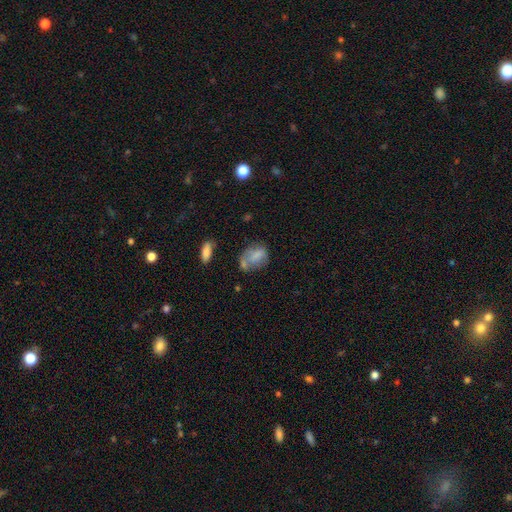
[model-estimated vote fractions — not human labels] The model was most divided on "merging": none: 40%, minor disturbance: 26%, merger: 20%, major disturbance: 14%. More confident: how rounded — in between (73%); smooth or featured — smooth (70%).